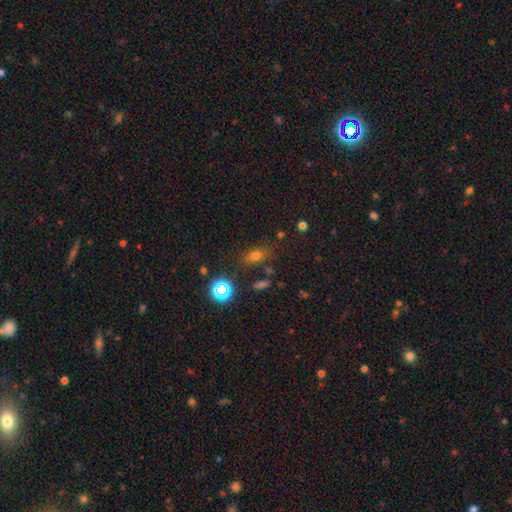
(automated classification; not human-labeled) Overall: smooth (63%; star or artifact 24%). How rounded: in between (64%; round 27%). Merging: none (75%).